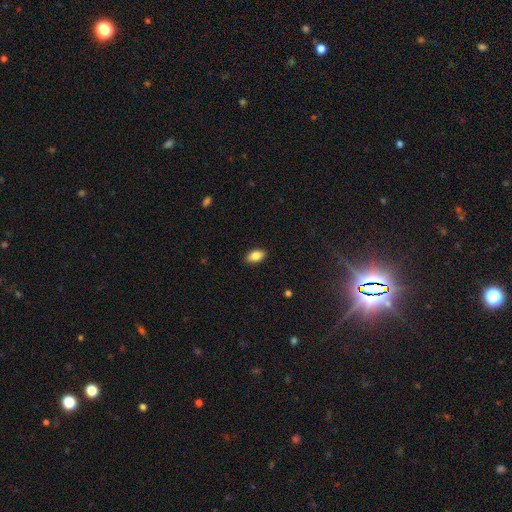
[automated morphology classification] Smooth or featured?
  - smooth: 84% *
  - featured or disk: 8%
  - star or artifact: 8%
How rounded?
  - in between: 91% *
  - round: 6%
  - cigar-shaped: 3%
Merging?
  - none: 87% *
  - minor disturbance: 10%
  - major disturbance: 2%
  - merger: 1%